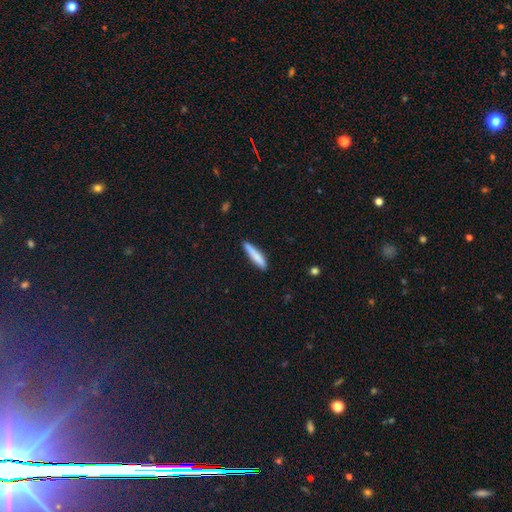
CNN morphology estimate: smooth-or-featured: smooth: 80% | featured or disk: 14% | star or artifact: 6%
  how-rounded: cigar-shaped: 88% | in between: 10% | round: 1%
  merging: none: 84% | minor disturbance: 12% | major disturbance: 2% | merger: 2%